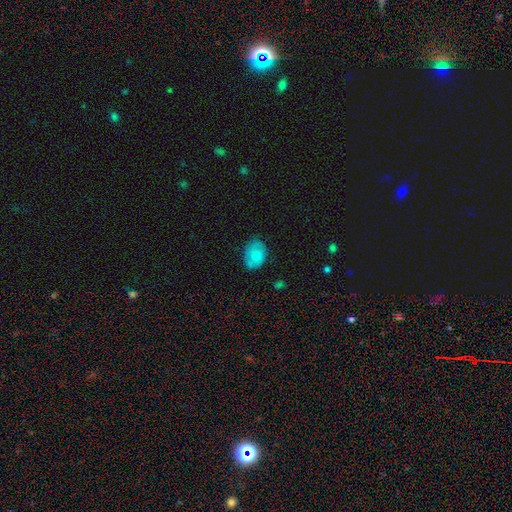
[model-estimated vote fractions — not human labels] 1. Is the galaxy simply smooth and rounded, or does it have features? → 72% smooth, 20% featured or disk, 8% star or artifact.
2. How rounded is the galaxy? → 74% in between, 25% round, 1% cigar-shaped.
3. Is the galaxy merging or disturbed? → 72% none, 21% minor disturbance, 5% major disturbance, 1% merger.